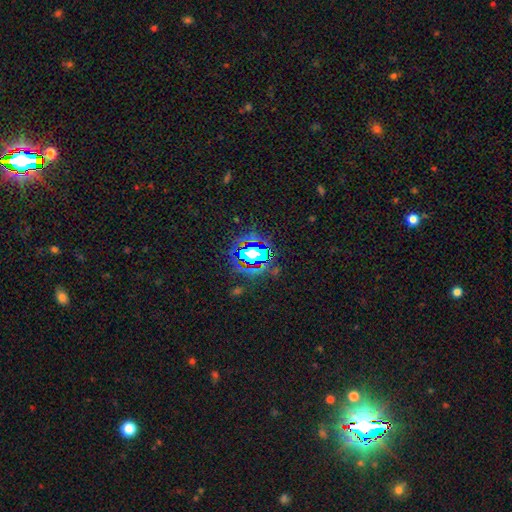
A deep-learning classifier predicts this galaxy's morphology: Smooth or featured: star or artifact — 59% (smooth — 26%)